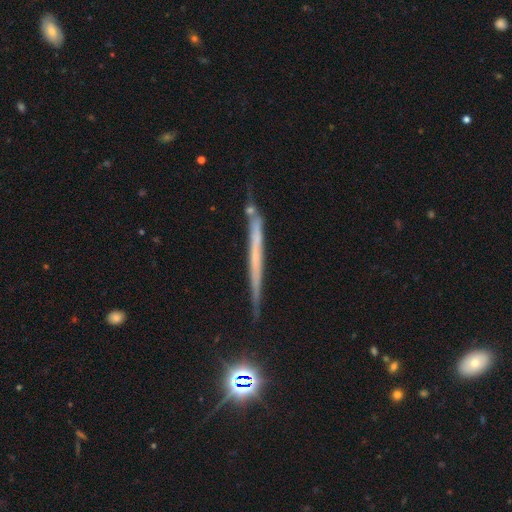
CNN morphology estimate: A featured or disk galaxy (55%) viewed edge-on (95%) with no central bulge (90%). Merging: none (80%).